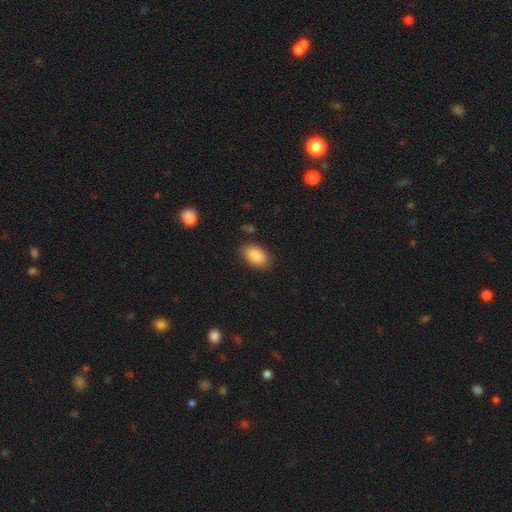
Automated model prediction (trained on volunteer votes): This appears to be a smooth galaxy with no disk features (87%) that is in between round and cigar-shaped (93%). Merging: none (87%).